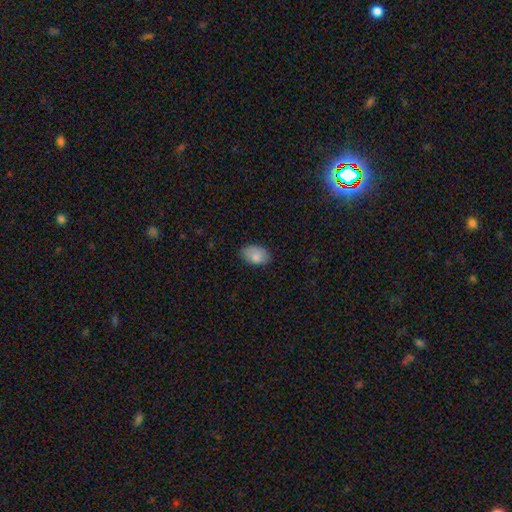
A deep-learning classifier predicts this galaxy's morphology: Smooth or featured? Predicted: smooth (p=0.84). How rounded? Predicted: in between (p=0.89). Merging? Predicted: none (p=0.80).